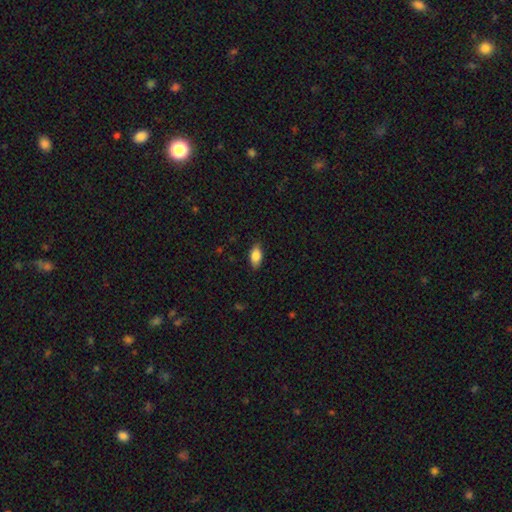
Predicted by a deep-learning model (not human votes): smooth 83%, featured or disk 10%, star or artifact 7%. Down the decision tree: how rounded — in between (89%); merging — none (85%).